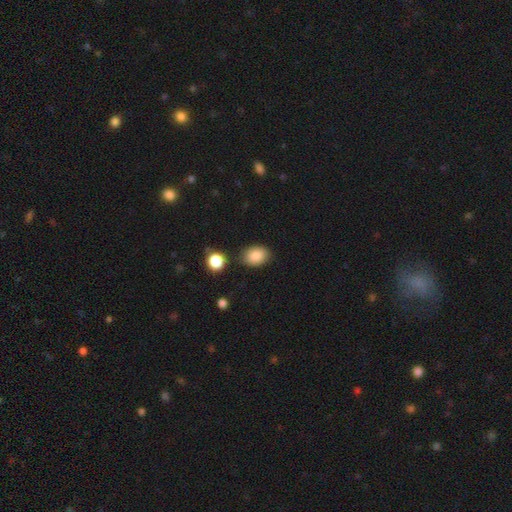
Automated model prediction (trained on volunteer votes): The model was most divided on "how rounded": in between: 72%, round: 27%, cigar-shaped: 1%. More confident: smooth or featured — smooth (86%); merging — none (81%).